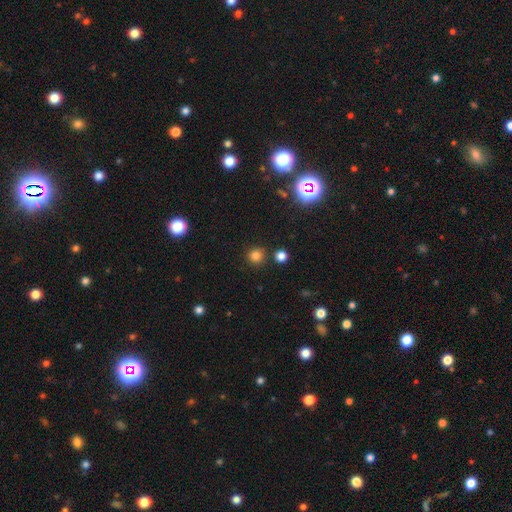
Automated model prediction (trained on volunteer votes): A smooth galaxy with no disk features (78%) that is round (93%). Merging: none (85%).